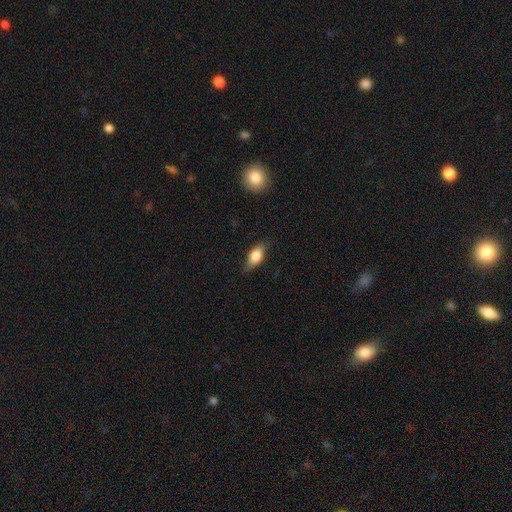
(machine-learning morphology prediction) smooth_or_featured: smooth (p=0.77) [alt: featured or disk p=0.16]
how_rounded: in between (p=0.82) [alt: cigar-shaped p=0.13]
merging: none (p=0.76) [alt: minor disturbance p=0.19]